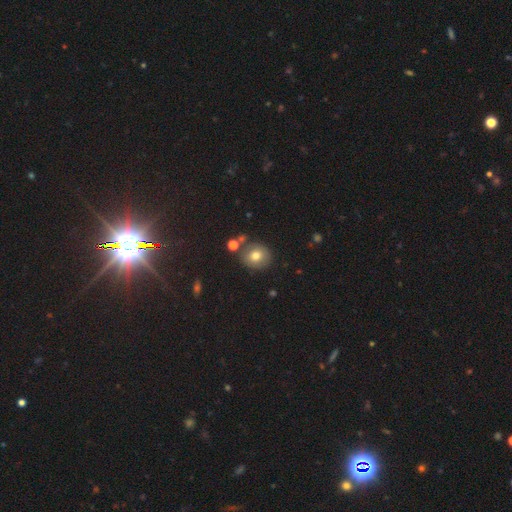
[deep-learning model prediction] A smooth galaxy with no disk features (73%) that is round (81%).

Vote fractions:
- Smooth or featured? smooth: 73% / featured or disk: 15% / star or artifact: 12%
- How rounded? round: 81% / in between: 18% / cigar-shaped: 1%
- Merging? none: 77% / minor disturbance: 11% / merger: 9% / major disturbance: 3%